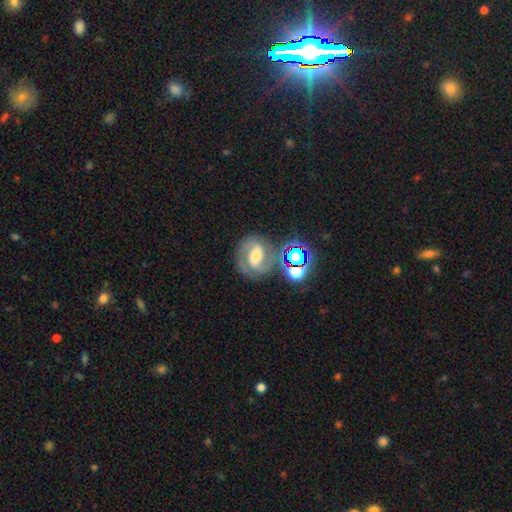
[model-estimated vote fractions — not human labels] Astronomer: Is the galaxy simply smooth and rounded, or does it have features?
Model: featured or disk — 75%.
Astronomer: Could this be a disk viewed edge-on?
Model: no — 97%.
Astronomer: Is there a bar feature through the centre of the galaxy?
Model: weak — 42% (runner-up: strong, 40%).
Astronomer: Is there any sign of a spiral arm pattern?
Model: yes — 93%.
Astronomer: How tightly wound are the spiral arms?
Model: medium — 51% (runner-up: tight, 37%).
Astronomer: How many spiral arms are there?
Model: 2 — 87%.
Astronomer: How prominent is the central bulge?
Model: moderate — 52%.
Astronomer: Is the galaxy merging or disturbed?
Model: none — 72%.